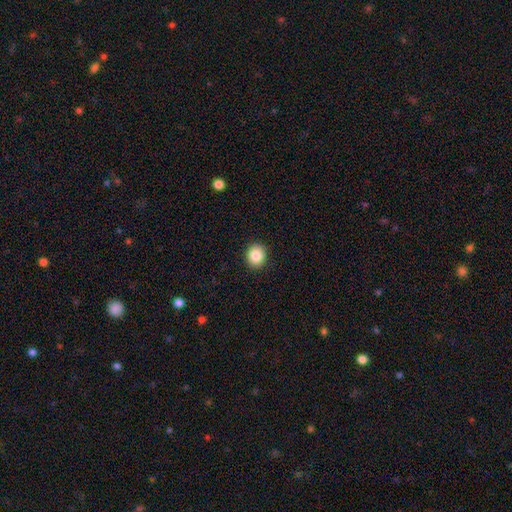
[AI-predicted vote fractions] A smooth galaxy with no disk features (86%) that is round (70%). Merging: none (91%).